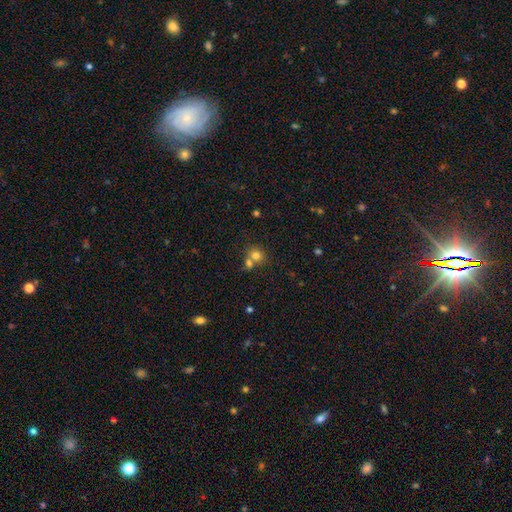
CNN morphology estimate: Smooth or featured?
  - smooth: 76% *
  - star or artifact: 13%
  - featured or disk: 11%
How rounded?
  - round: 72% *
  - in between: 27%
  - cigar-shaped: 1%
Merging?
  - merger: 44% * (tied)
  - none: 44% * (tied)
  - minor disturbance: 8%
  - major disturbance: 4%